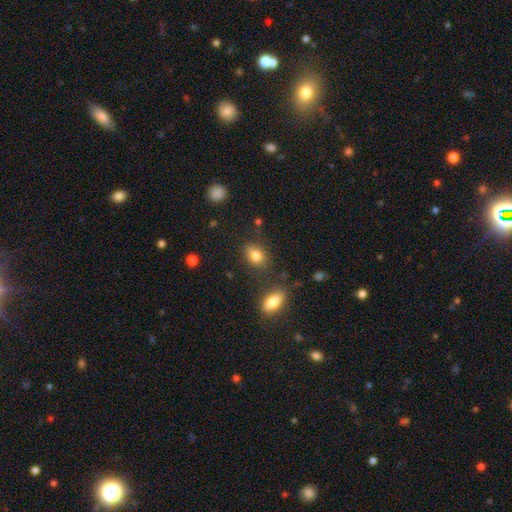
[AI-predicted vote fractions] Smooth or featured: smooth — 81% (star or artifact — 10%)
How rounded: in between — 73% (round — 26%)
Merging: none — 75% (minor disturbance — 15%)